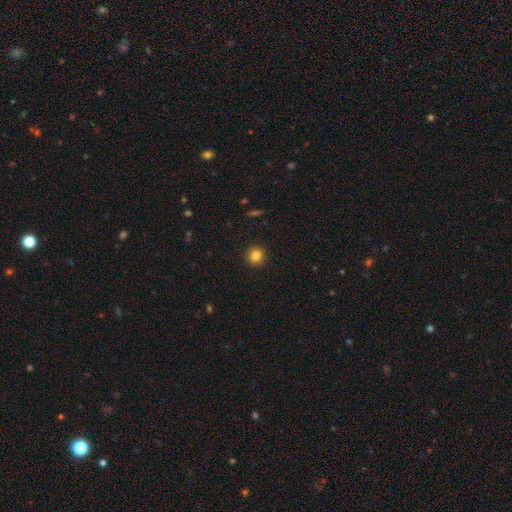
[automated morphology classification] Smooth or featured? Predicted: smooth (p=0.83). How rounded? Predicted: round (p=0.92). Merging? Predicted: none (p=0.92).